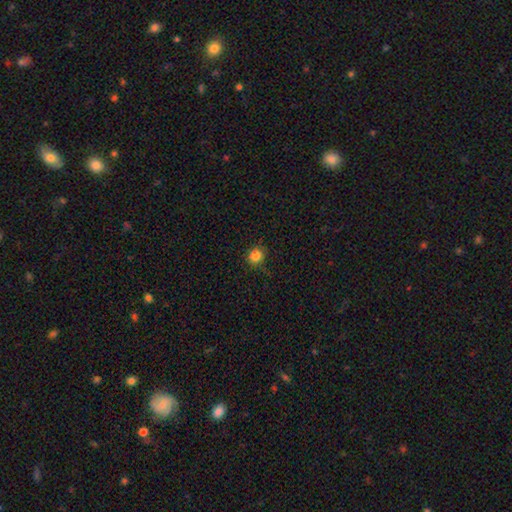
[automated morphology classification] Smooth or featured?
  - smooth: 81% *
  - star or artifact: 13%
  - featured or disk: 6%
How rounded?
  - round: 87% *
  - in between: 12%
  - cigar-shaped: 1%
Merging?
  - none: 78% *
  - minor disturbance: 15%
  - merger: 5%
  - major disturbance: 3%